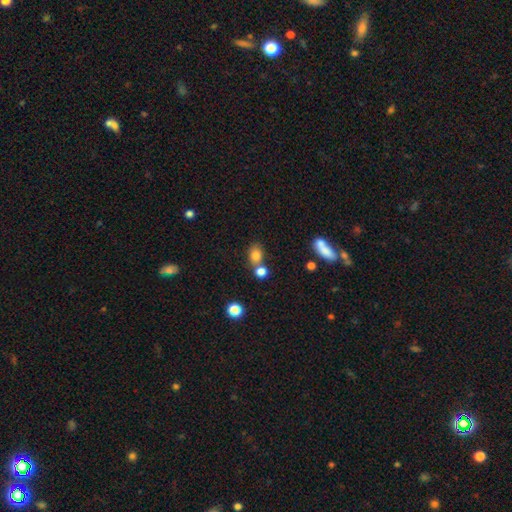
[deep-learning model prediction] smooth_or_featured: smooth (p=0.79) [alt: star or artifact p=0.12]
how_rounded: in between (p=0.53) [alt: round p=0.45]
merging: none (p=0.55) [alt: merger p=0.30]